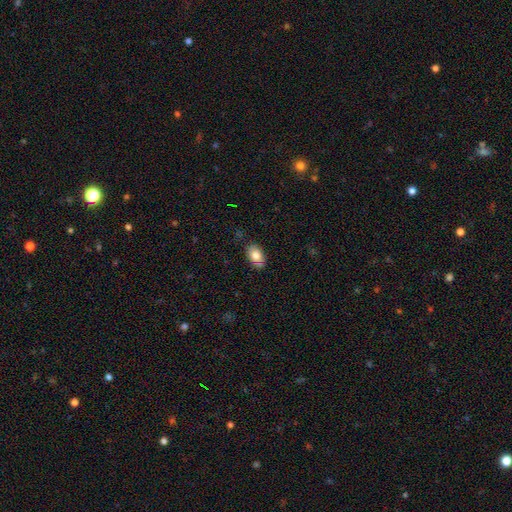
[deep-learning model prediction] smooth-or-featured: smooth: 80% | featured or disk: 13% | star or artifact: 7%
  how-rounded: in between: 90% | round: 9% | cigar-shaped: 2%
  merging: none: 78% | minor disturbance: 17% | major disturbance: 3% | merger: 2%